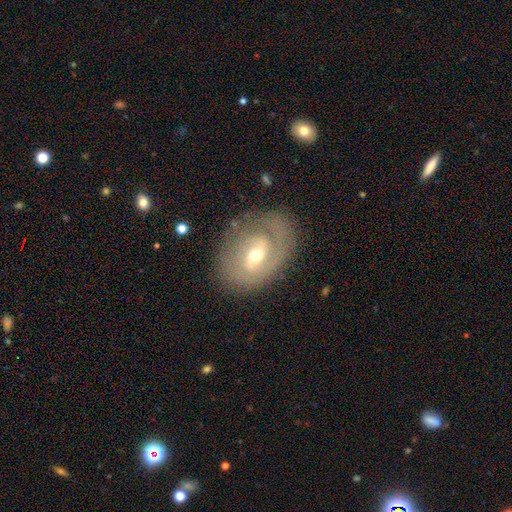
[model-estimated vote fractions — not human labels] Smooth or featured: featured or disk — 67% (smooth — 25%)
Edge-on disk: no — 94% (yes — 6%)
Bar: weak — 47% (no — 37%)
Spiral arms: yes — 69% (no — 31%)
Bulge size: moderate — 56% (small — 39%)
Merging: none — 74% (minor disturbance — 16%)